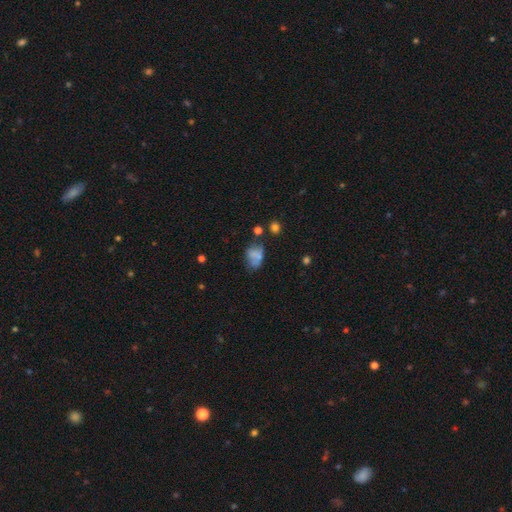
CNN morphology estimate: Overall: smooth (60%; featured or disk 26%). How rounded: in between (77%). Merging: none (35%; minor disturbance 25%).